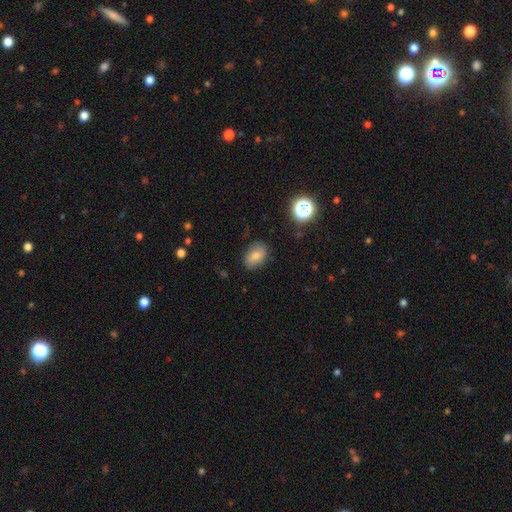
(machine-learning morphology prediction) type=smooth (74%); roundness=in between (79%); merging=none (81%).